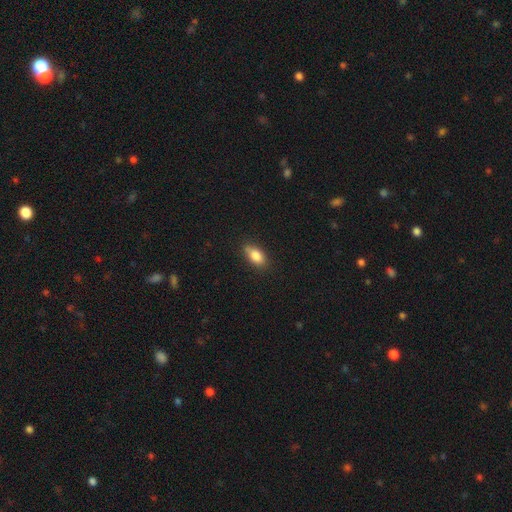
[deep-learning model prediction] A smooth galaxy with no disk features (84%) that is in between round and cigar-shaped (88%). Merging: none (77%).